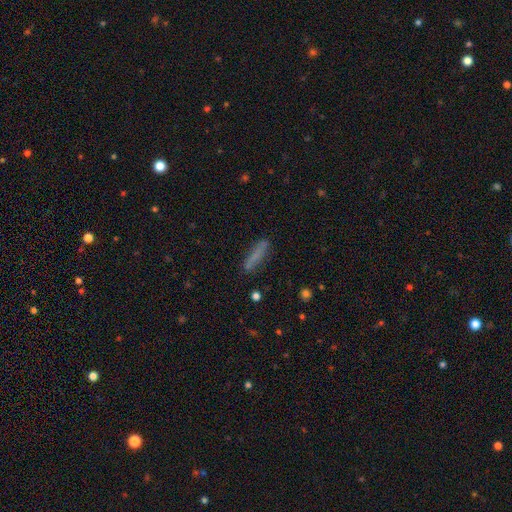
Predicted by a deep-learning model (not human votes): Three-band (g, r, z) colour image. It shows a smooth galaxy with no disk features (75%) that is cigar-shaped (88%). Merging: none (82%).